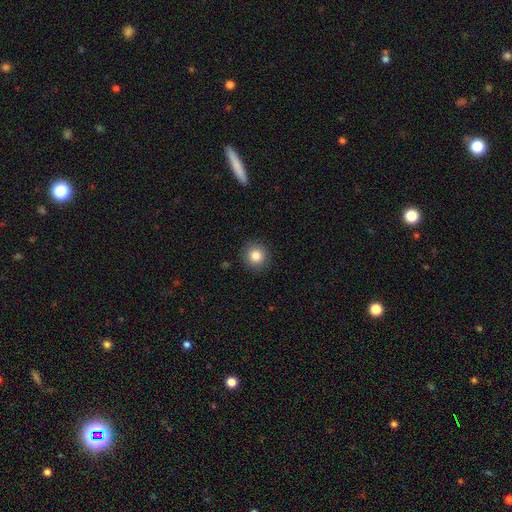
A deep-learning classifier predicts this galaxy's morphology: This appears to be a smooth galaxy with no disk features (85%) that is round (91%). Merging: none (91%).